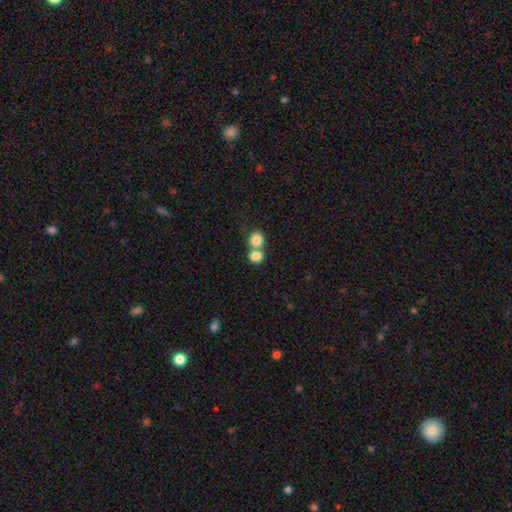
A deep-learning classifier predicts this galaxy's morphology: Smooth or featured?
  - smooth: 83% *
  - star or artifact: 10%
  - featured or disk: 8%
How rounded?
  - round: 72% *
  - in between: 27%
  - cigar-shaped: 1%
Merging?
  - merger: 53% *
  - none: 38%
  - minor disturbance: 6%
  - major disturbance: 3%